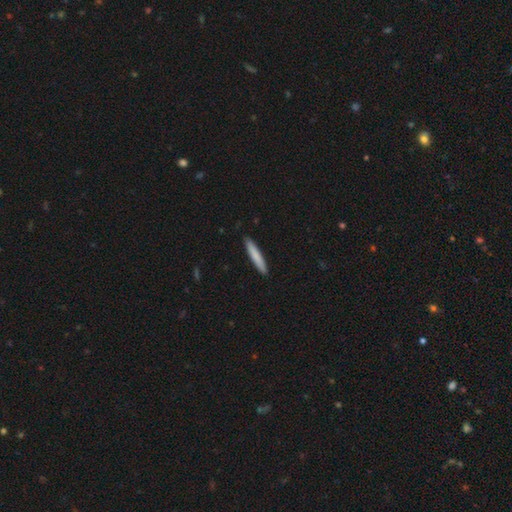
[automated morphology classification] A smooth galaxy with no disk features (79%) that is cigar-shaped (94%).

Vote fractions:
- Smooth or featured? smooth: 79% / featured or disk: 16% / star or artifact: 5%
- How rounded? cigar-shaped: 94% / in between: 5% / round: 1%
- Merging? none: 91% / minor disturbance: 7% / major disturbance: 1% / merger: 1%